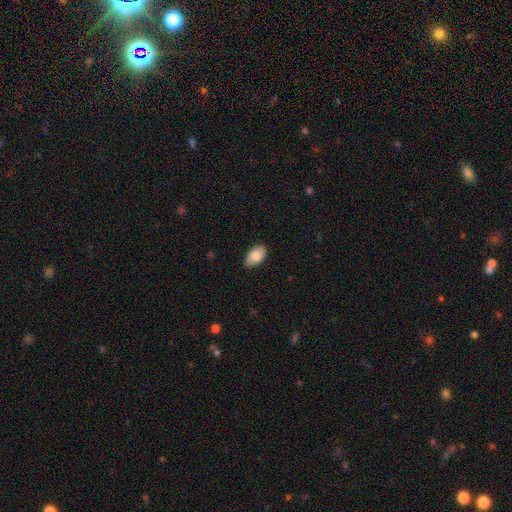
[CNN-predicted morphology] A smooth galaxy with no disk features (84%) that is in between round and cigar-shaped (94%). Merging: none (85%).